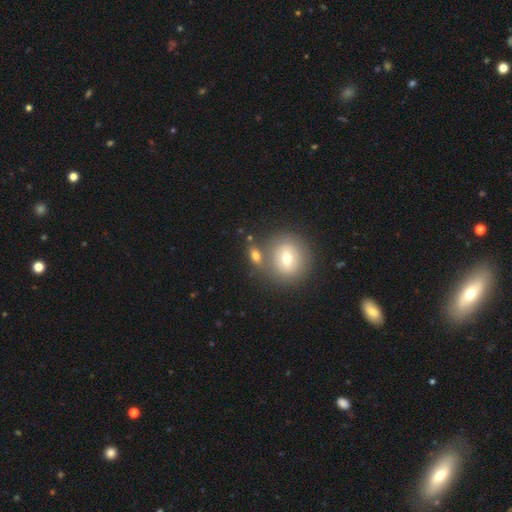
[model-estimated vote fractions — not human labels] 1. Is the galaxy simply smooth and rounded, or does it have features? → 69% smooth, 20% featured or disk, 11% star or artifact.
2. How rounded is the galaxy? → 51% in between, 42% round, 7% cigar-shaped.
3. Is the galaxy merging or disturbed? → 57% none, 26% merger, 12% minor disturbance, 5% major disturbance.